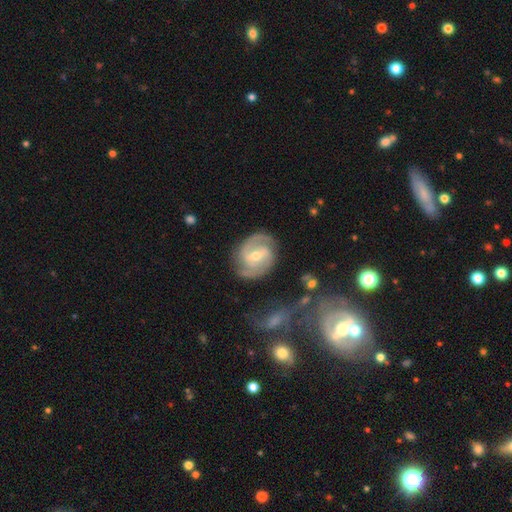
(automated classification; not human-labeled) featured or disk 86%, smooth 9%, star or artifact 5%. Down the decision tree: edge-on disk — no (97%); bar — weak (49%); spiral arms — yes (96%); spiral arm count — 2 (73%); spiral winding — tight (46%); bulge size — moderate (58%); merging — none (77%).